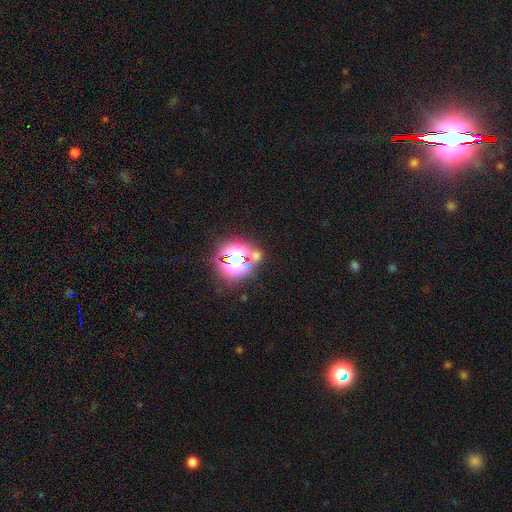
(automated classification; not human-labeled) Q: Smooth or featured?
A: star or artifact (81%); runner-up: smooth (13%)